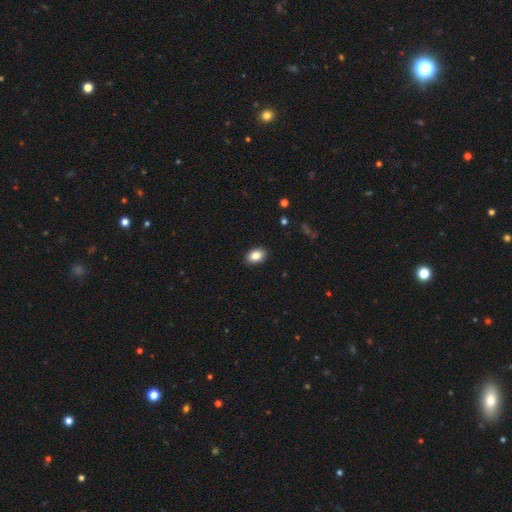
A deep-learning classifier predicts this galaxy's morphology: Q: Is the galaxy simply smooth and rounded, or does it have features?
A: smooth — 85%.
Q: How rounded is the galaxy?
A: in between — 82%.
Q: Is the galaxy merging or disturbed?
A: none — 90%.